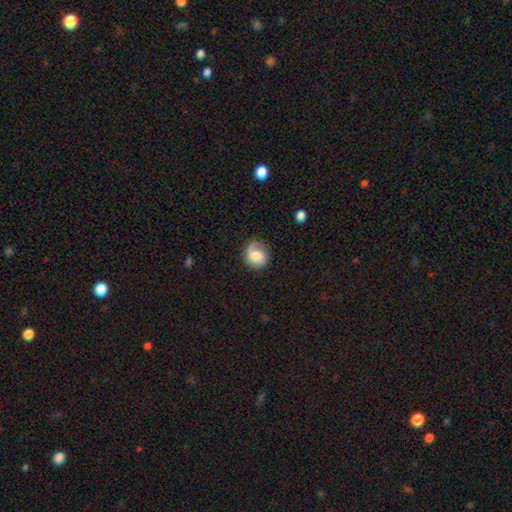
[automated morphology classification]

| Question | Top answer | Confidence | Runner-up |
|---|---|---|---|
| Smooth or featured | smooth | 58% | featured or disk (34%) |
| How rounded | round | 79% | in between (21%) |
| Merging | none | 68% | minor disturbance (22%) |